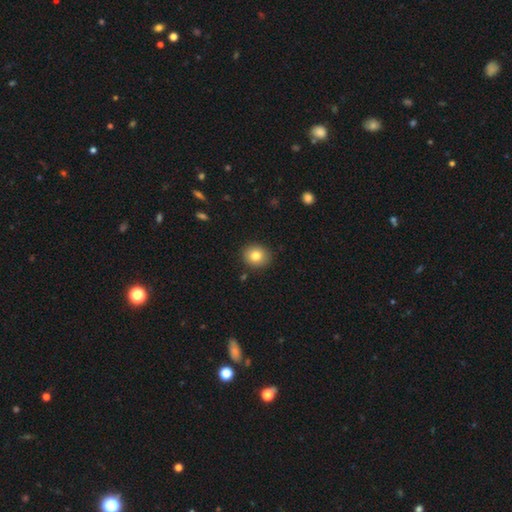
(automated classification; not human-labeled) This is clearly a smooth galaxy (81%). How rounded: clearly round (80%). Merging: clearly none (89%).